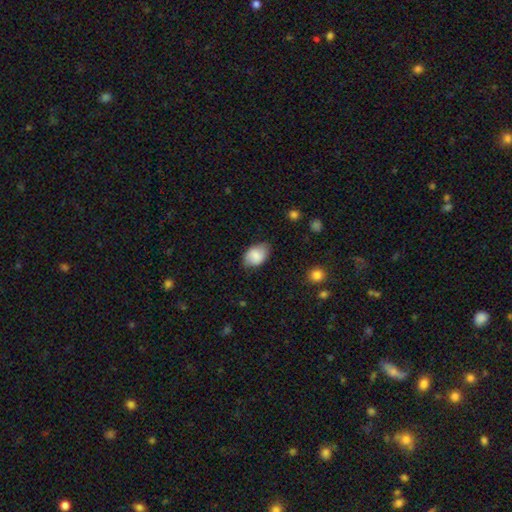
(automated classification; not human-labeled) Q: Smooth or featured?
A: smooth (80%); runner-up: featured or disk (13%)
Q: How rounded?
A: in between (86%); runner-up: round (12%)
Q: Merging?
A: none (74%); runner-up: minor disturbance (21%)